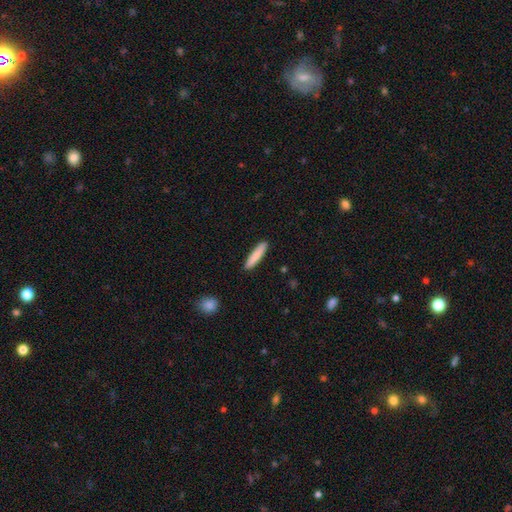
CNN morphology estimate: A smooth galaxy with no disk features (84%) that is cigar-shaped (89%).

Vote fractions:
- Smooth or featured? smooth: 84% / featured or disk: 11% / star or artifact: 5%
- How rounded? cigar-shaped: 89% / in between: 9% / round: 1%
- Merging? none: 91% / minor disturbance: 6% / major disturbance: 1% / merger: 1%